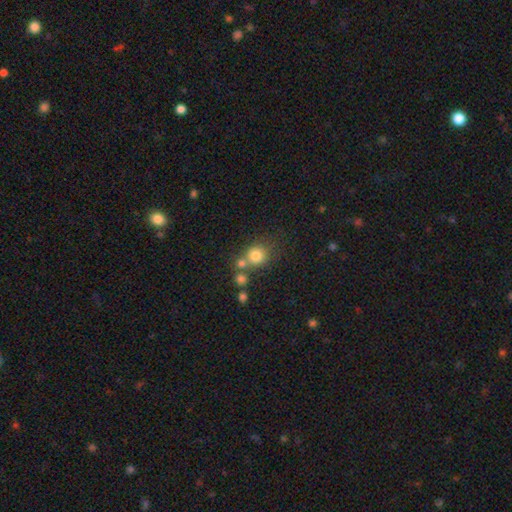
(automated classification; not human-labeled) This is likely a smooth galaxy (78%). How rounded: clearly round (85%). Merging: possibly none (56%).